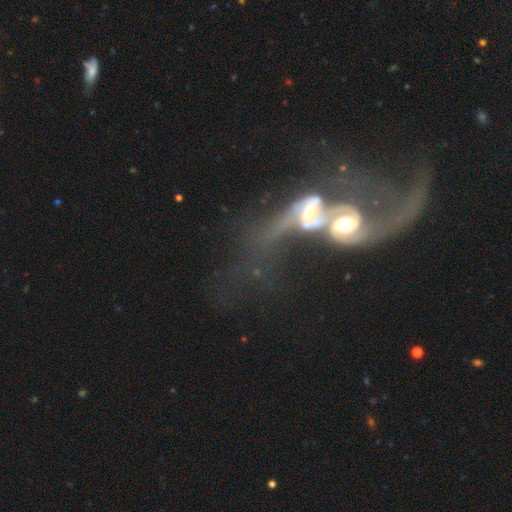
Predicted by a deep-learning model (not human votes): Morphology: type=featured or disk (69%); edge-on=no (93%); bar=no (63%); spiral arms=yes (64%); bulge=moderate (49%); merging=merger (78%).